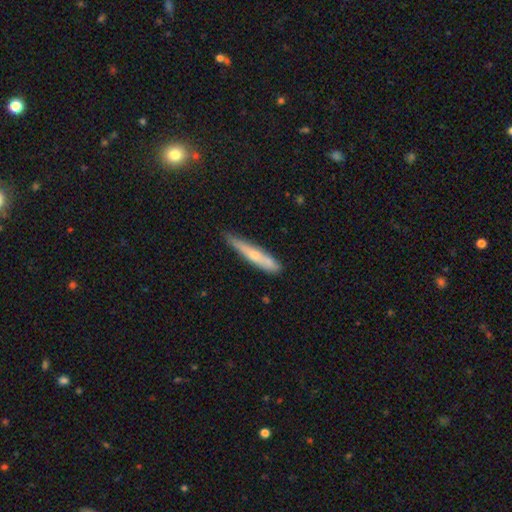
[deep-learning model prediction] A smooth galaxy with no disk features (53%) that is cigar-shaped (93%). Merging: none (73%).